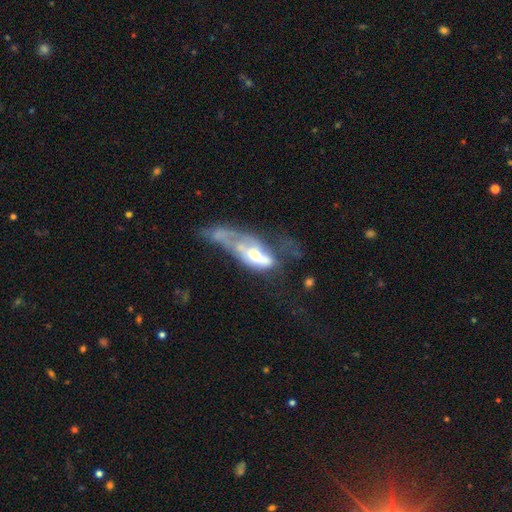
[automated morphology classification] Smooth or featured? Predicted: featured or disk (p=0.62). Edge-on disk? Predicted: no (p=0.83). Bar? Predicted: no (p=0.66). Spiral arms? Predicted: no (p=0.63). Bulge size? Predicted: moderate (p=0.57). Merging? Predicted: major disturbance (p=0.52).